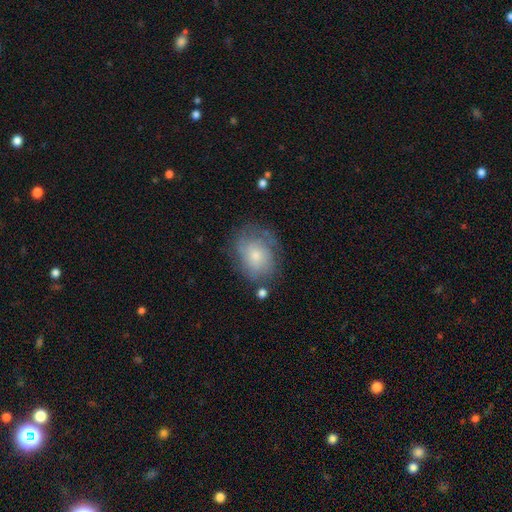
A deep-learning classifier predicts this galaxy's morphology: A featured or disk galaxy (46%, tied with smooth).

Vote fractions:
- Smooth or featured? featured or disk: 46% (tied) / smooth: 46% (tied) / star or artifact: 9%
- Merging? none: 64% / minor disturbance: 22% / major disturbance: 11% / merger: 3%